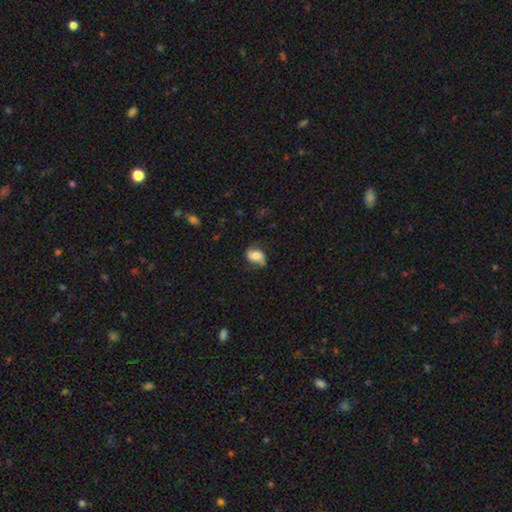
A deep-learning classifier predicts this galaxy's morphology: smooth 61%, featured or disk 30%, star or artifact 9%. Down the decision tree: how rounded — in between (76%); merging — none (62%).